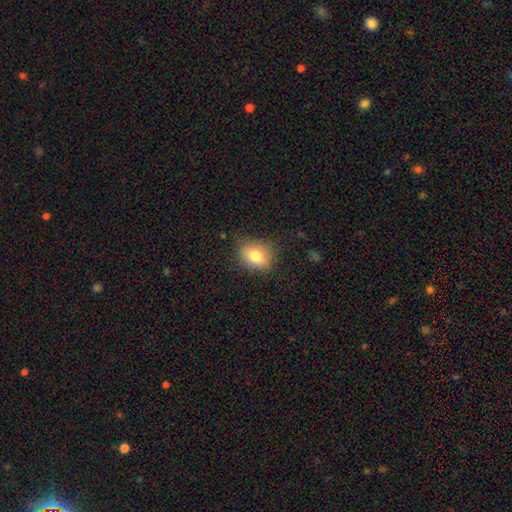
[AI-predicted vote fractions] Smooth or featured? Predicted: smooth (p=0.77). How rounded? Predicted: in between (p=0.61). Merging? Predicted: none (p=0.79).